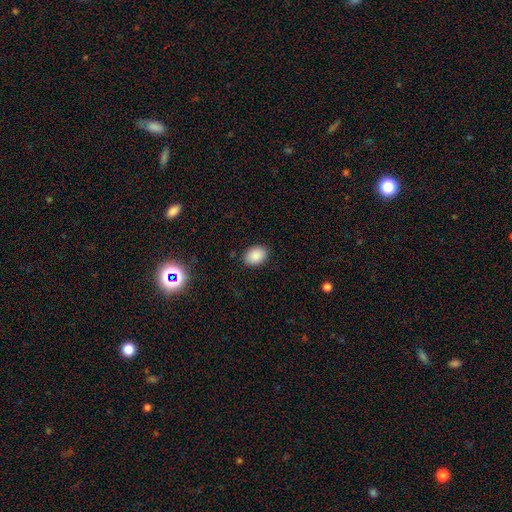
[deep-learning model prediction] Smooth or featured: smooth — 88% (star or artifact — 8%)
How rounded: in between — 76% (round — 23%)
Merging: none — 87% (minor disturbance — 9%)